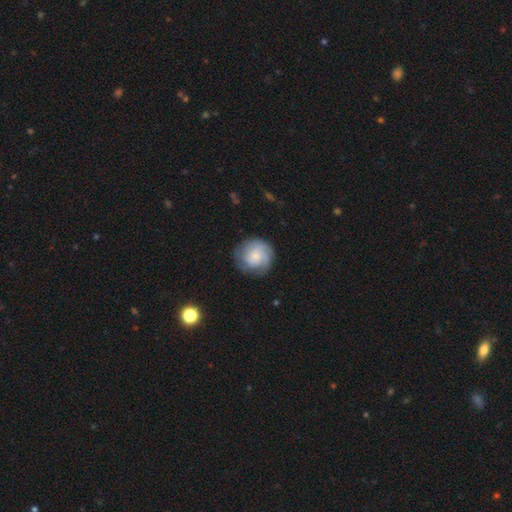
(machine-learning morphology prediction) smooth_or_featured: featured or disk (p=0.50) [alt: smooth p=0.43]
merging: none (p=0.75) [alt: minor disturbance p=0.17]